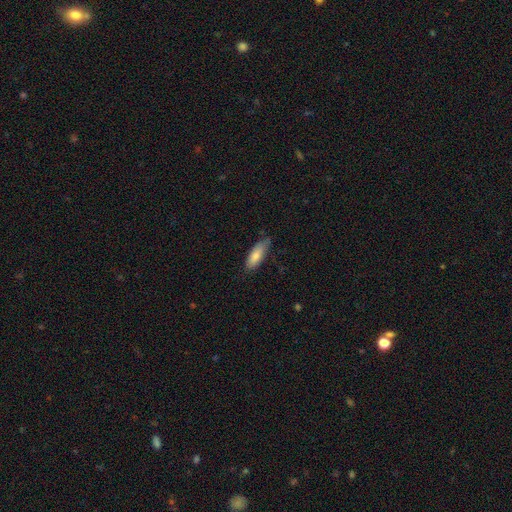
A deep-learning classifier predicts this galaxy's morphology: This appears to be a smooth galaxy with no disk features (80%) that is in between round and cigar-shaped (66%). Merging: none (67%).